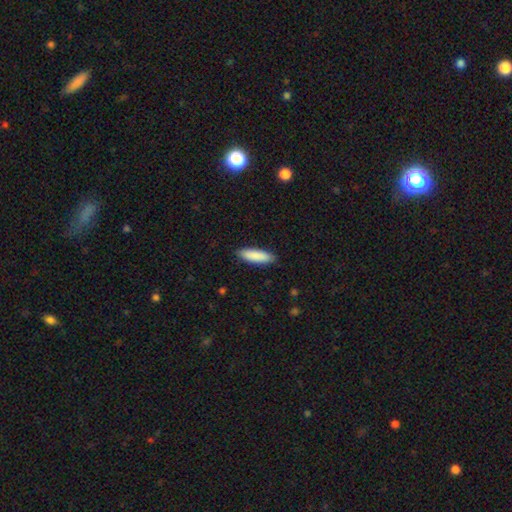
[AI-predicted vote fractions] This is clearly a smooth galaxy (89%). How rounded: possibly cigar-shaped (52%). Merging: clearly none (88%).